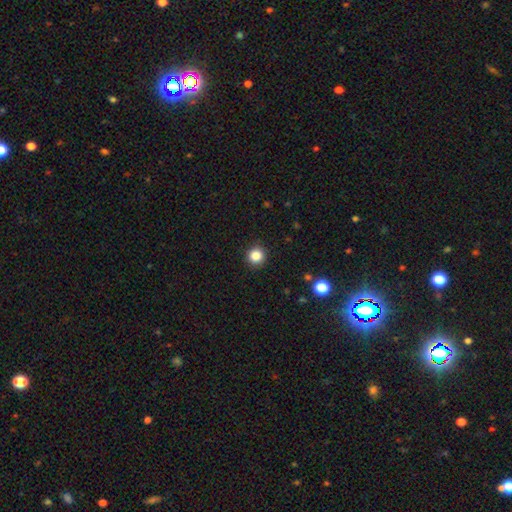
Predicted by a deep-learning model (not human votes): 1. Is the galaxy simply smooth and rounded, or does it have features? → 85% smooth, 11% star or artifact, 3% featured or disk.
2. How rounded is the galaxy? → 94% round, 5% in between, 1% cigar-shaped.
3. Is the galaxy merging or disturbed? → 92% none, 6% minor disturbance, 2% major disturbance, 1% merger.